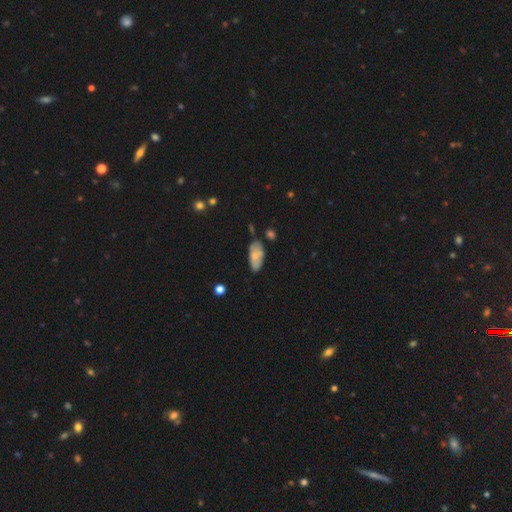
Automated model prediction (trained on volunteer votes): Smooth or featured: smooth — 68% (featured or disk — 25%)
How rounded: in between — 90% (cigar-shaped — 8%)
Merging: none — 59% (minor disturbance — 28%)